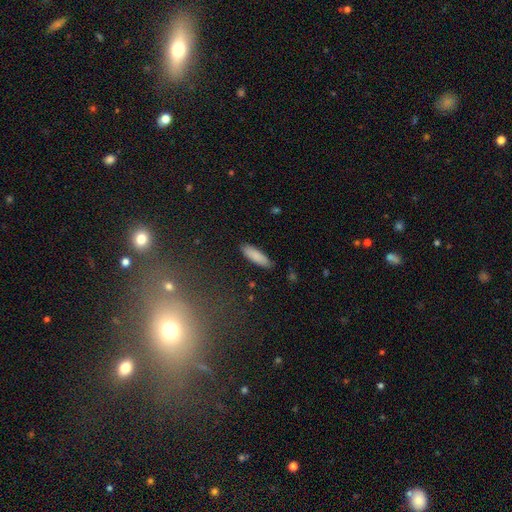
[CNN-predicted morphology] smooth 87%, featured or disk 7%, star or artifact 6%. Down the decision tree: how rounded — cigar-shaped (53%); merging — none (88%).